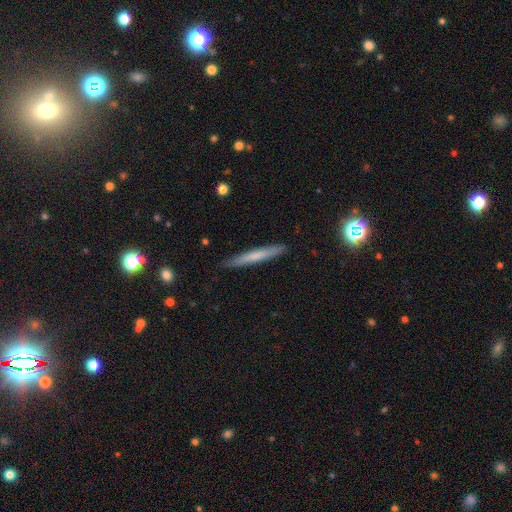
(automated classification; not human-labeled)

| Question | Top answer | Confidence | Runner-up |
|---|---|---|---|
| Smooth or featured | smooth | 62% | featured or disk (32%) |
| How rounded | cigar-shaped | 96% | in between (3%) |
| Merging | none | 87% | minor disturbance (10%) |